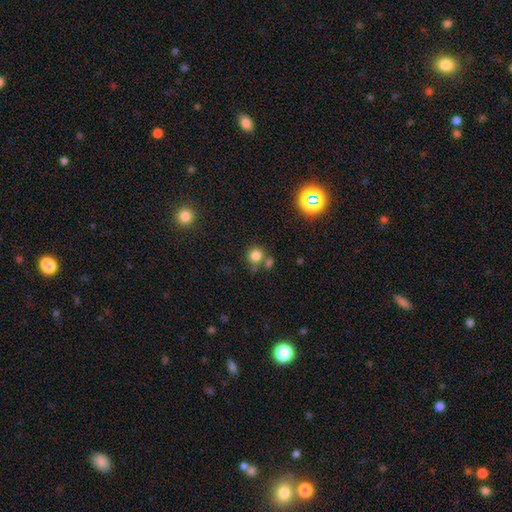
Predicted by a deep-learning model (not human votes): Smooth or featured? smooth (79%)
How rounded? round (88%)
Merging? none (63%)